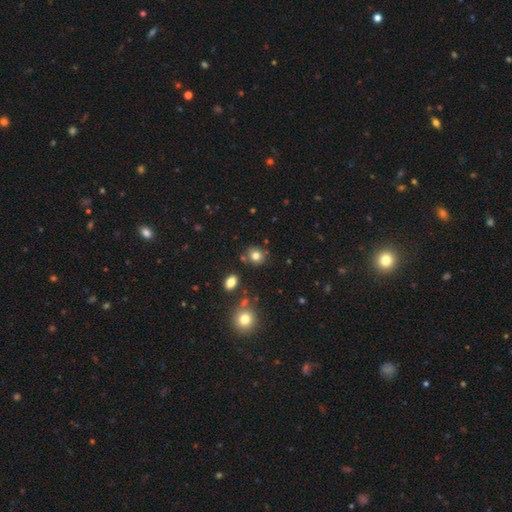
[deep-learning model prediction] Smooth or featured?
  - smooth: 79% *
  - star or artifact: 13%
  - featured or disk: 8%
How rounded?
  - round: 74% *
  - in between: 25%
  - cigar-shaped: 1%
Merging?
  - none: 81% *
  - minor disturbance: 11%
  - merger: 6%
  - major disturbance: 3%